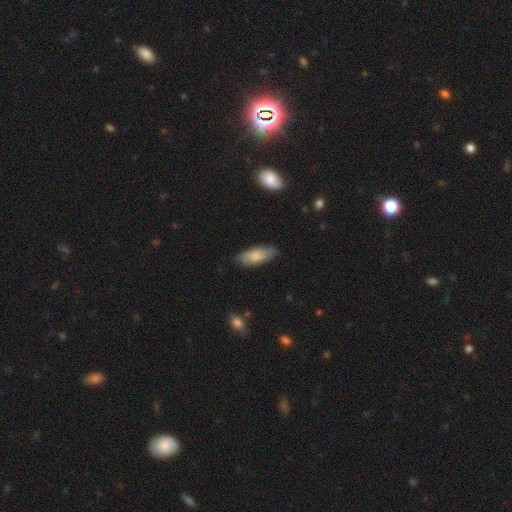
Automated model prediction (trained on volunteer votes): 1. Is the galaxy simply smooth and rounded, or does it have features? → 78% smooth, 16% featured or disk, 6% star or artifact.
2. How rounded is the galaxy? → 78% in between, 20% cigar-shaped, 2% round.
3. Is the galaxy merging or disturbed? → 79% none, 17% minor disturbance, 3% major disturbance, 1% merger.